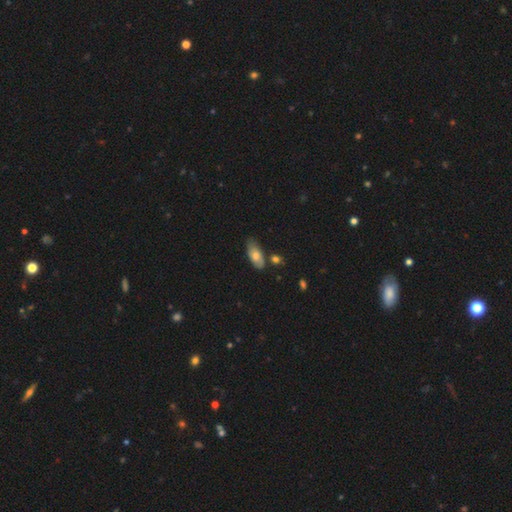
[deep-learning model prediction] Morphology: type=smooth (68%); roundness=in between (86%); merging=none (69%).